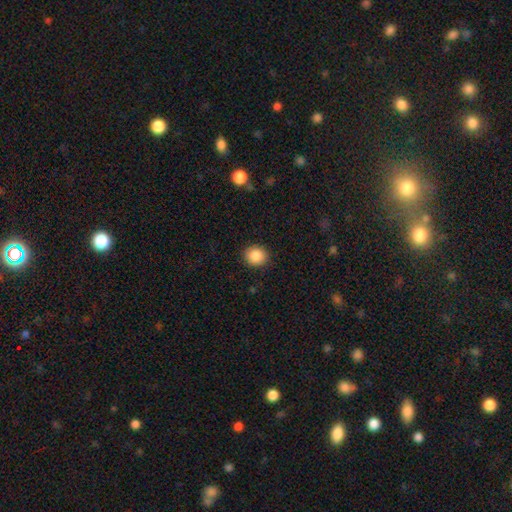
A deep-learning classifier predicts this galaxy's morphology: smooth-or-featured: smooth: 87% | star or artifact: 9% | featured or disk: 4%
  how-rounded: round: 74% | in between: 25% | cigar-shaped: 1%
  merging: none: 90% | minor disturbance: 7% | major disturbance: 2% | merger: 1%